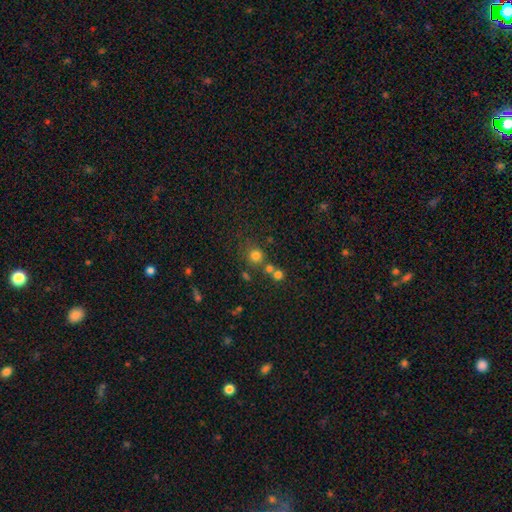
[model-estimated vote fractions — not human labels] A smooth galaxy with no disk features (75%) that is round (89%). Merging: none (65%).